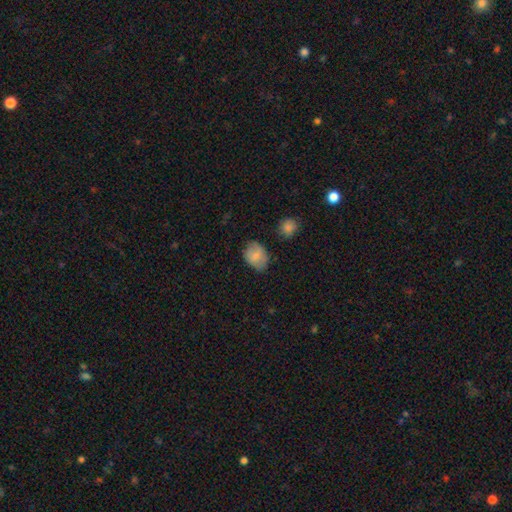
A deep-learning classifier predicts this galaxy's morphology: smooth 77%, featured or disk 15%, star or artifact 8%. Down the decision tree: how rounded — in between (66%); merging — none (69%).